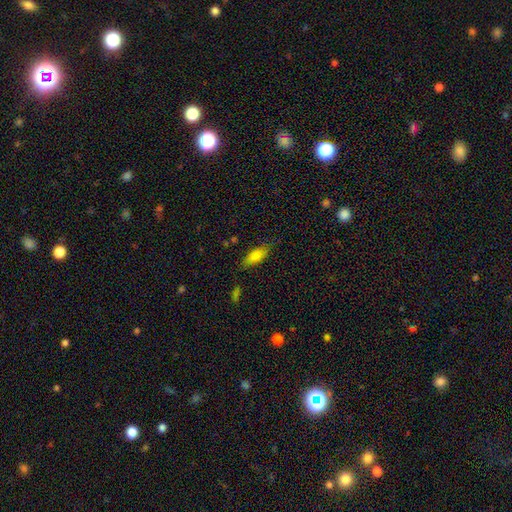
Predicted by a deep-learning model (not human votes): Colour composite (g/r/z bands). It shows a smooth galaxy with no disk features (80%) that is in between round and cigar-shaped (75%). Merging: none (73%).